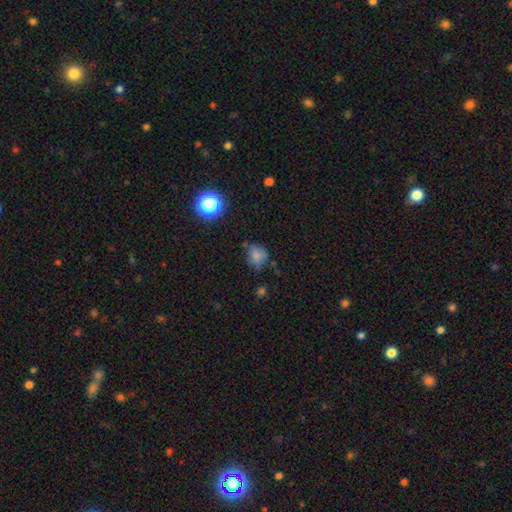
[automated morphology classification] Overall: smooth (72%). How rounded: round (65%; in between 34%). Merging: none (58%; minor disturbance 27%).